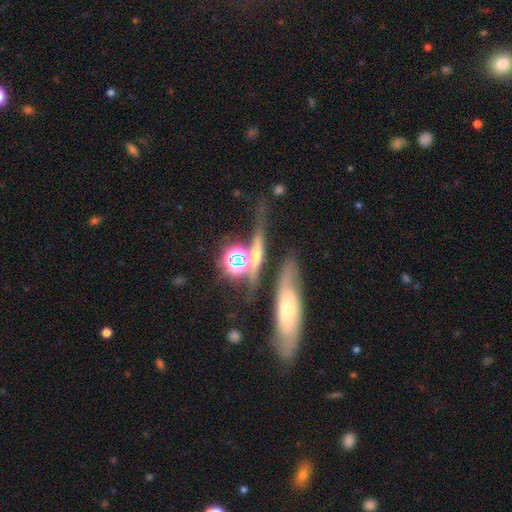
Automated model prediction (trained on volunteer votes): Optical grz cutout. It shows a featured or disk galaxy (38%). Merging: none (63%).